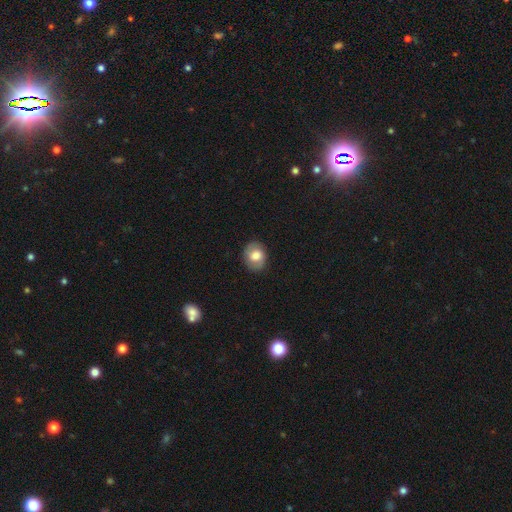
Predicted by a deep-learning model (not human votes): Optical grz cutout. It shows a smooth galaxy with no disk features (67%) that is in between round and cigar-shaped (50%). Merging: none (83%).